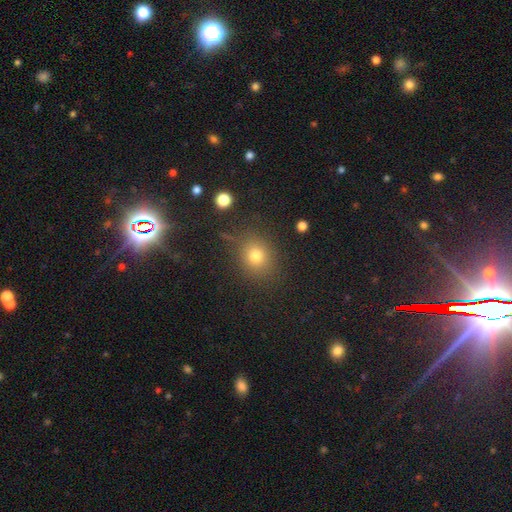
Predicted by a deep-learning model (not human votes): Smooth or featured?
  - smooth: 74% *
  - star or artifact: 17%
  - featured or disk: 9%
How rounded?
  - round: 68% *
  - in between: 31%
  - cigar-shaped: 1%
Merging?
  - none: 81% *
  - minor disturbance: 12%
  - major disturbance: 5%
  - merger: 3%